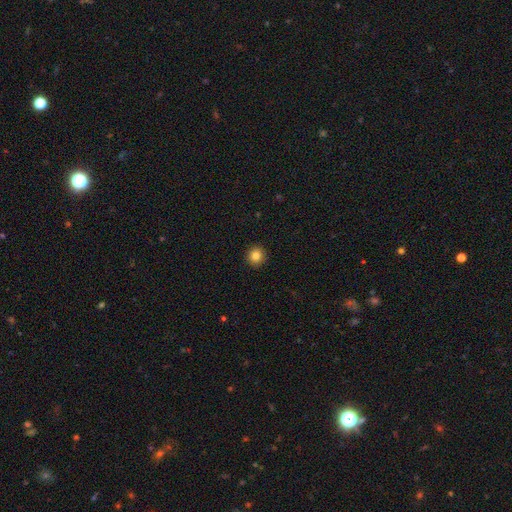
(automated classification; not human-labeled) A smooth galaxy with no disk features (83%) that is round (94%).

Vote fractions:
- Smooth or featured? smooth: 83% / star or artifact: 11% / featured or disk: 6%
- How rounded? round: 94% / in between: 5% / cigar-shaped: 1%
- Merging? none: 93% / minor disturbance: 5% / major disturbance: 1% / merger: 1%